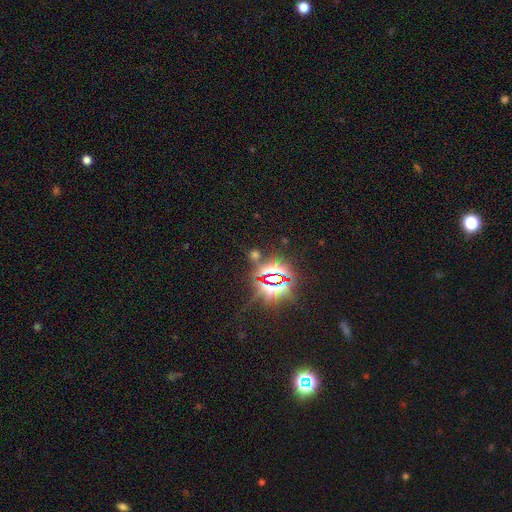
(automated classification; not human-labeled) The model was most divided on "smooth or featured": star or artifact: 81%, smooth: 11%, featured or disk: 8%.